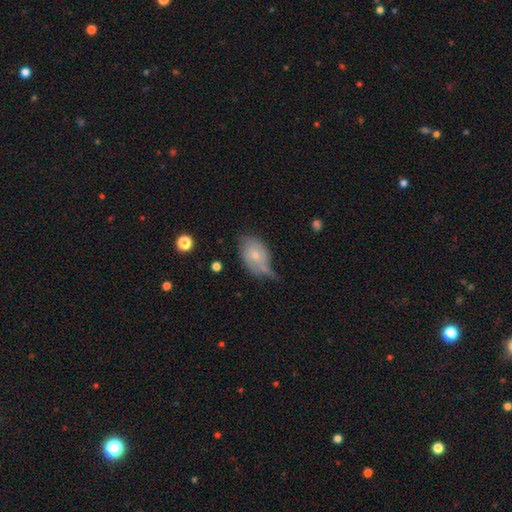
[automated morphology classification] Q: Smooth or featured?
A: smooth (54%); runner-up: featured or disk (38%)
Q: How rounded?
A: in between (84%); runner-up: round (14%)
Q: Merging?
A: minor disturbance (37%); runner-up: none (35%)